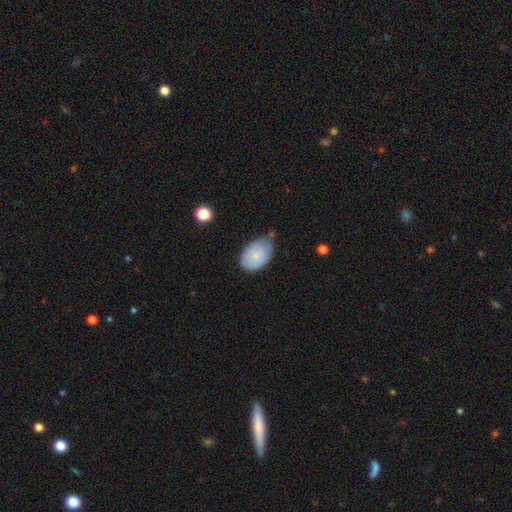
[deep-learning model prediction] Morphology: type=smooth (79%); roundness=in between (87%); merging=none (50%).